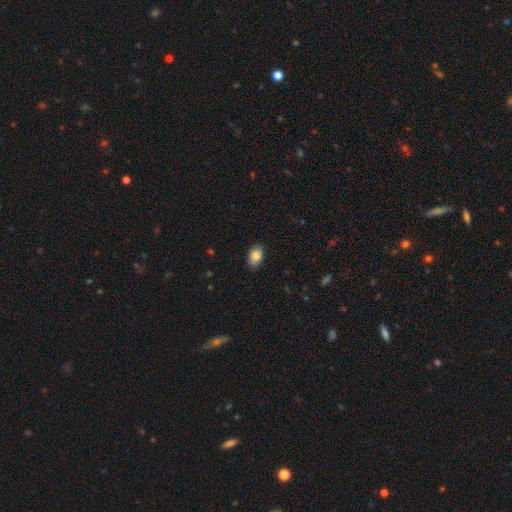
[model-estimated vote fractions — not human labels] Smooth or featured? Predicted: smooth (p=0.83). How rounded? Predicted: in between (p=0.85). Merging? Predicted: none (p=0.86).